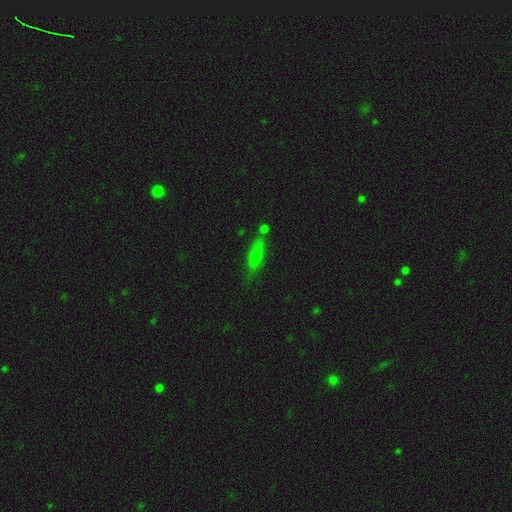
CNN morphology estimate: The model was most divided on "smooth or featured": smooth: 49%, featured or disk: 32%, star or artifact: 19%. More confident: merging — none (74%).